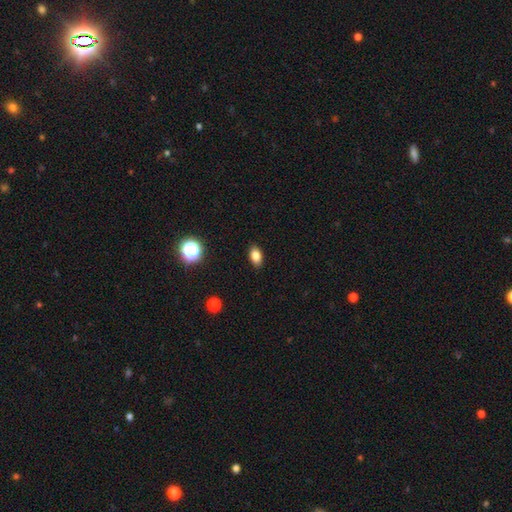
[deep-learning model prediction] A smooth galaxy with no disk features (82%) that is in between round and cigar-shaped (87%).

Vote fractions:
- Smooth or featured? smooth: 82% / star or artifact: 11% / featured or disk: 7%
- How rounded? in between: 87% / round: 10% / cigar-shaped: 3%
- Merging? none: 89% / minor disturbance: 8% / major disturbance: 2% / merger: 1%